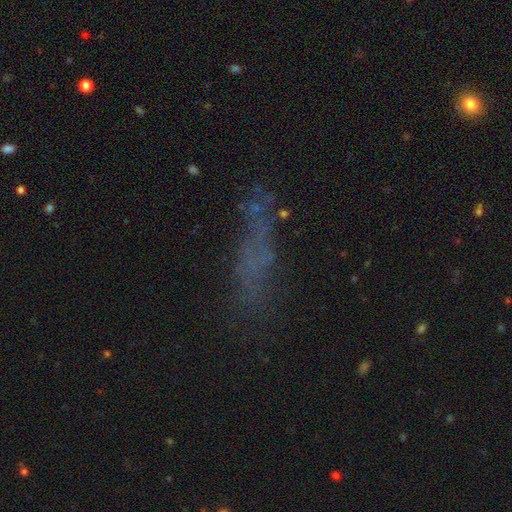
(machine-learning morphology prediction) smooth 44%, featured or disk 29%, star or artifact 27%. Down the decision tree: merging — none (62%).